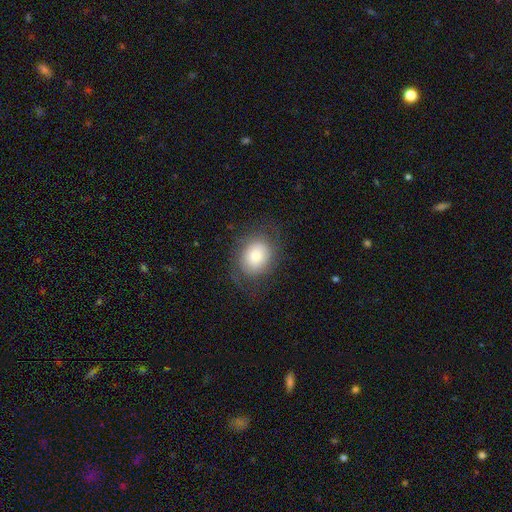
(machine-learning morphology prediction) Overall: smooth (72%). How rounded: round (57%; in between 43%). Merging: none (70%).